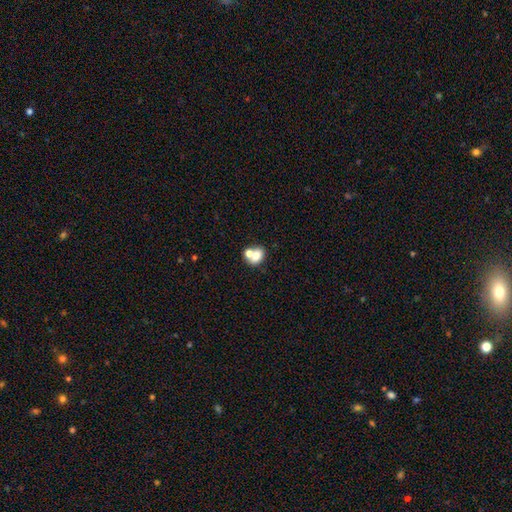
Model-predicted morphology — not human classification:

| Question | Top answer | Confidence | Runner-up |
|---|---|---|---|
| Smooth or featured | smooth | 72% | featured or disk (17%) |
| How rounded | in between | 58% | round (41%) |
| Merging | merger | 47% | none (39%) |